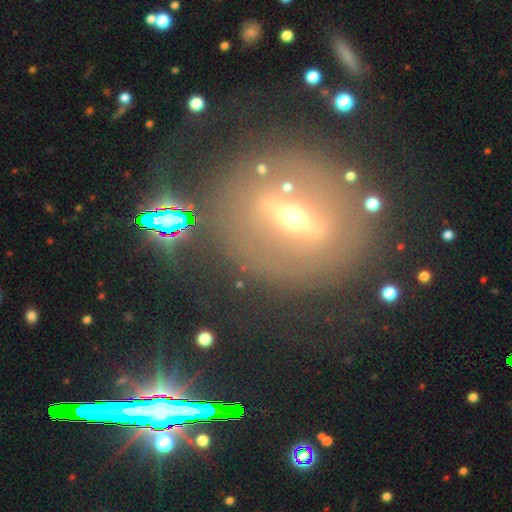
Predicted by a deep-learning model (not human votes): The model was most divided on "edge-on disk": no: 54%, yes: 46%. More confident: merging — none (79%); smooth or featured — featured or disk (58%).